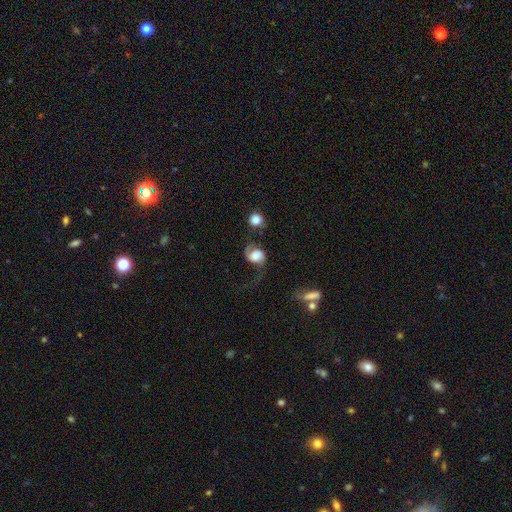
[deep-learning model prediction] This is likely a featured or disk galaxy (66%). It is clearly not viewed edge-on (97%). Bar: likely no (64%). Spiral arm pattern: clearly yes (92%). Spiral arm count: likely 2 (75%). Spiral winding: likely loose (64%). Central bulge: marginally large (34%). Merging: marginally none (41%).